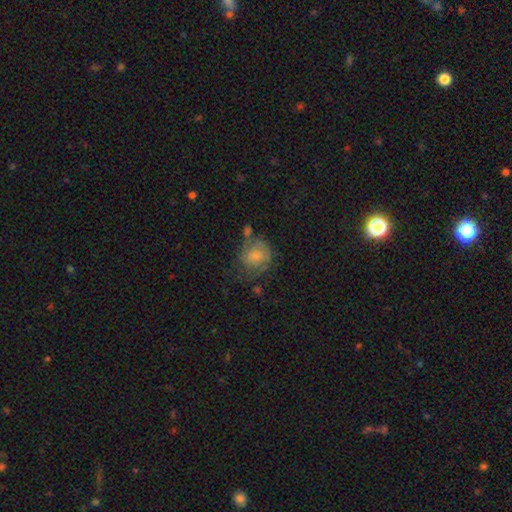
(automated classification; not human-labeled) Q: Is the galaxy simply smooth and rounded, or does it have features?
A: smooth — 57%.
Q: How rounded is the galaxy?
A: round — 66%.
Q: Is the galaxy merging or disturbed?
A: none — 36%.